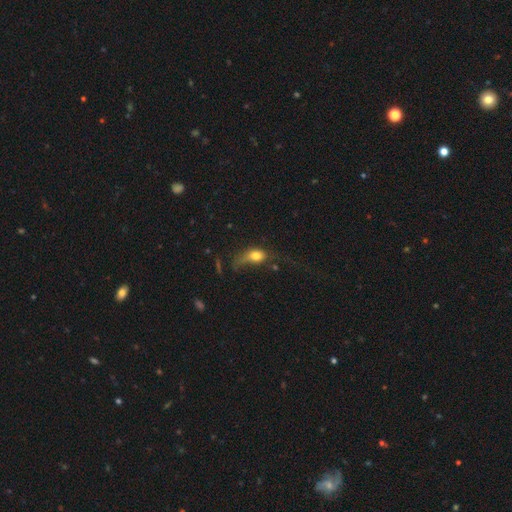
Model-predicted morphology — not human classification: smooth_or_featured: smooth (p=0.69) [alt: featured or disk p=0.20]
how_rounded: in between (p=0.66) [alt: round p=0.25]
merging: major disturbance (p=0.46) [alt: none p=0.26]